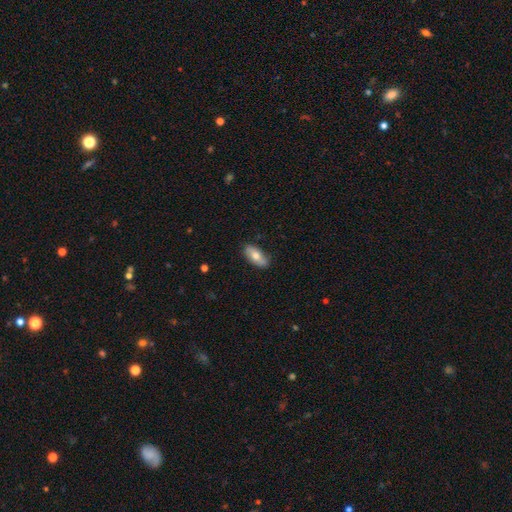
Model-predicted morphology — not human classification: This is likely a smooth galaxy (67%). How rounded: clearly in between (83%). Merging: clearly none (84%).